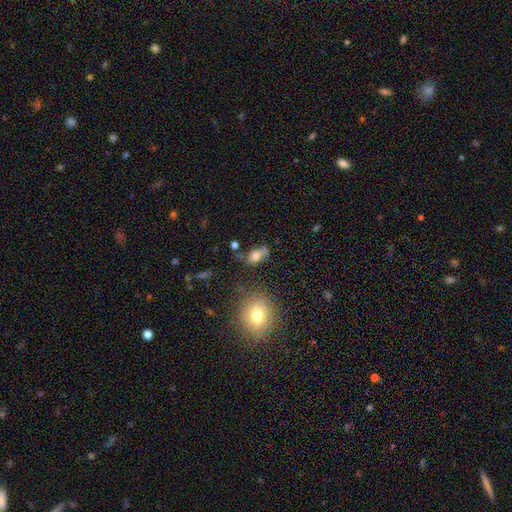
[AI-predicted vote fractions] This appears to be a smooth galaxy with no disk features (74%) that is in between round and cigar-shaped (79%). Merging: none (51%).